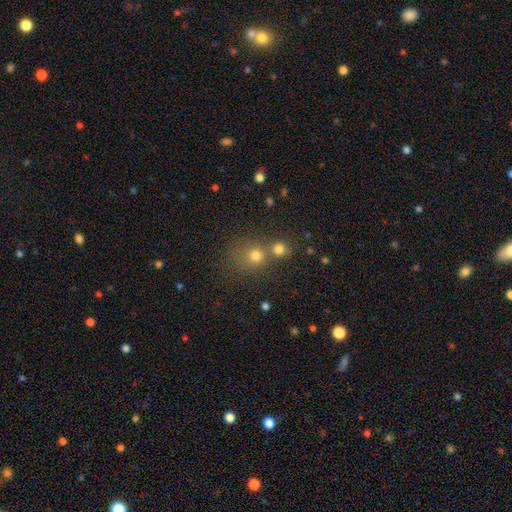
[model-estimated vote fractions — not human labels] Smooth or featured?
  - smooth: 69% *
  - star or artifact: 20%
  - featured or disk: 11%
How rounded?
  - round: 83% *
  - in between: 16%
  - cigar-shaped: 1%
Merging?
  - none: 48% *
  - merger: 41%
  - minor disturbance: 7%
  - major disturbance: 4%